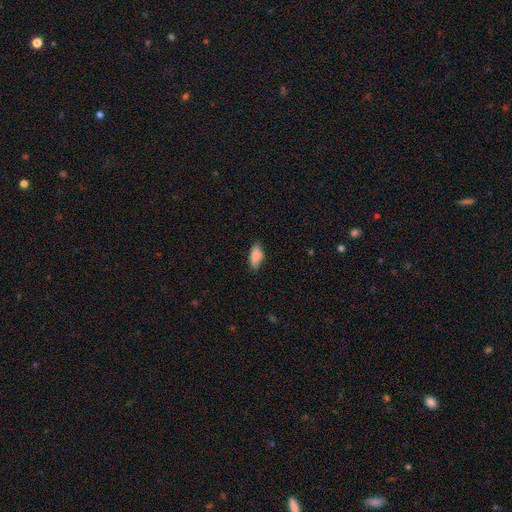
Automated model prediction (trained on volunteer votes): Smooth or featured? smooth (87%)
How rounded? in between (86%)
Merging? none (79%)